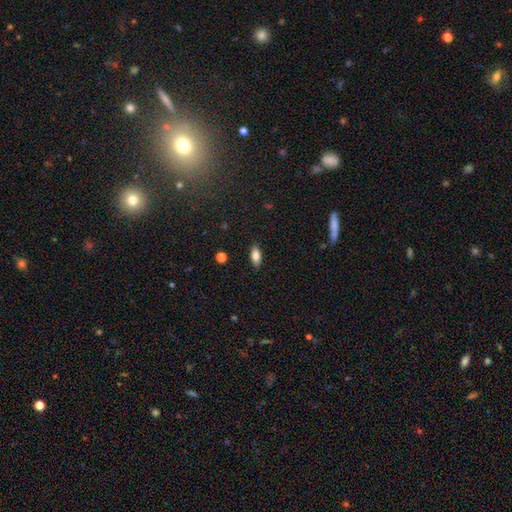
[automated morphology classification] type=smooth (78%); roundness=in between (84%); merging=none (88%).